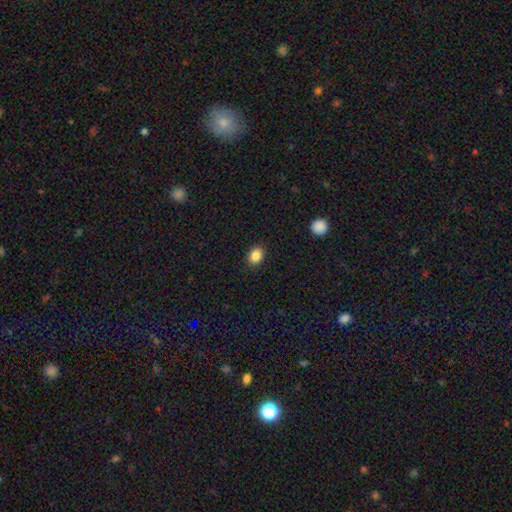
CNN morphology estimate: smooth_or_featured: smooth (p=0.86) [alt: star or artifact p=0.09]
how_rounded: in between (p=0.53) [alt: round p=0.46]
merging: none (p=0.89) [alt: minor disturbance p=0.08]